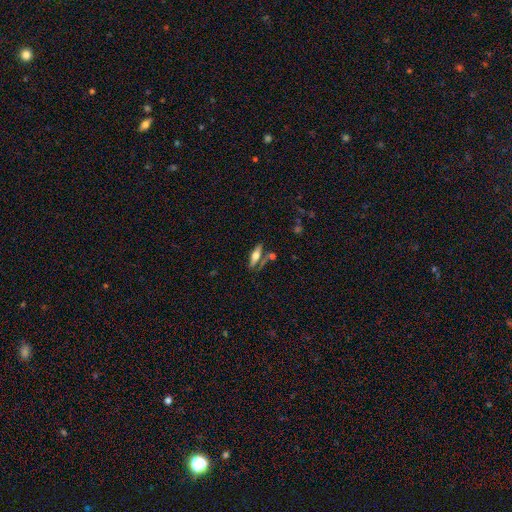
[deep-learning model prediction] The model was most divided on "smooth or featured": featured or disk: 51%, smooth: 40%, star or artifact: 8%. More confident: edge-on disk — yes (91%); merging — none (68%).